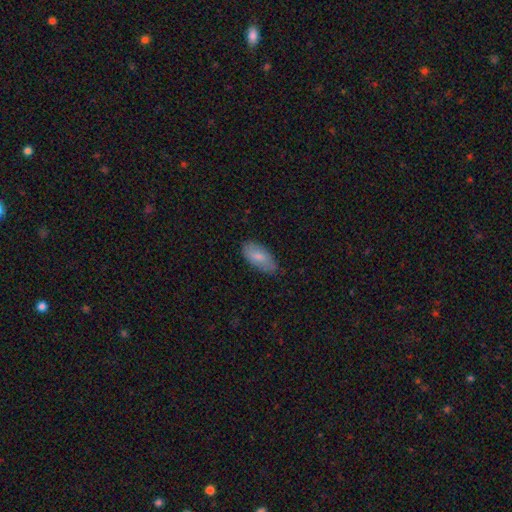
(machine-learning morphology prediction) smooth 71%, featured or disk 21%, star or artifact 8%. Down the decision tree: how rounded — in between (88%); merging — none (79%).